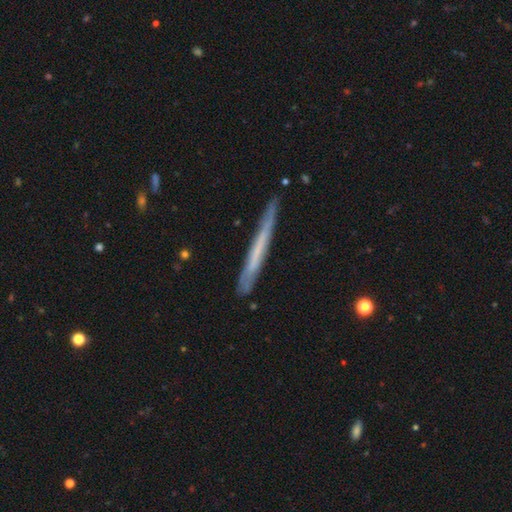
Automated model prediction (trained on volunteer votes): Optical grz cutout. It shows a featured or disk galaxy (48%). Merging: none (86%).